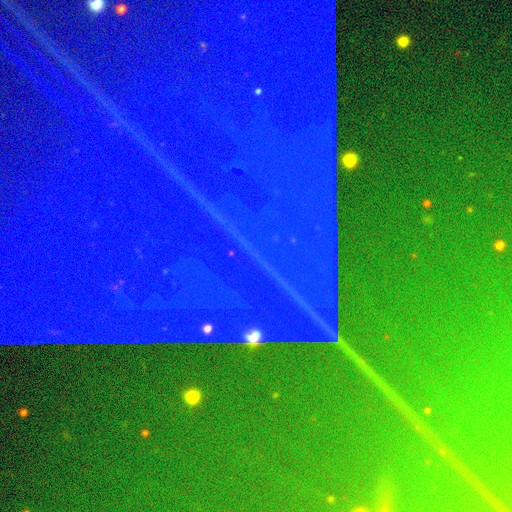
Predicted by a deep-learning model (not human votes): Overall: star or artifact (91%).